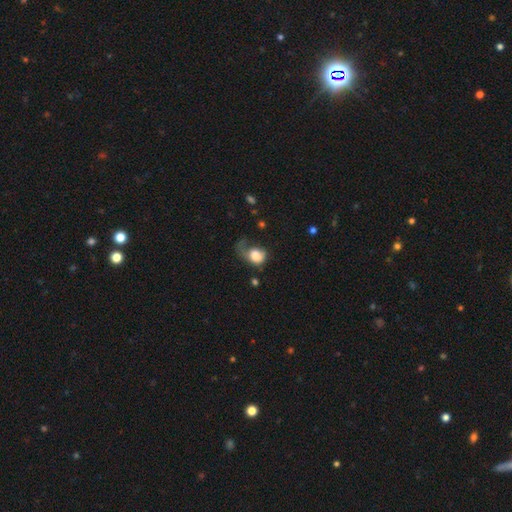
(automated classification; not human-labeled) The model was most divided on "how rounded": in between: 53%, round: 46%, cigar-shaped: 1%. More confident: smooth or featured — smooth (72%); merging — major disturbance (54%).